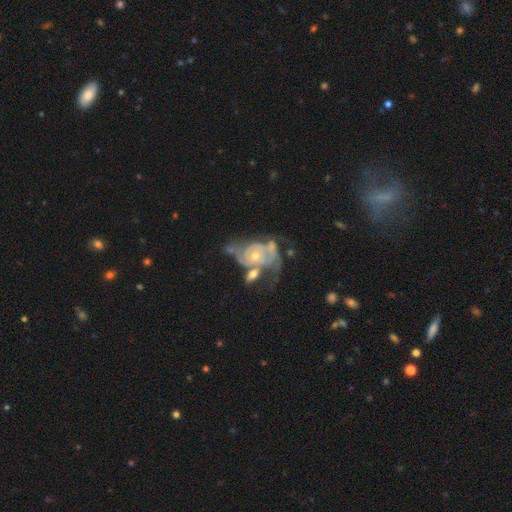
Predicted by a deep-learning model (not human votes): Smooth or featured? Predicted: featured or disk (p=0.78). Edge-on disk? Predicted: no (p=0.96). Bar? Predicted: no (p=0.78). Spiral arms? Predicted: yes (p=0.77). Spiral winding? Predicted: tight (p=0.46). Spiral arm count? Predicted: 2 (p=0.40). Bulge size? Predicted: small (p=0.53). Merging? Predicted: merger (p=0.30).